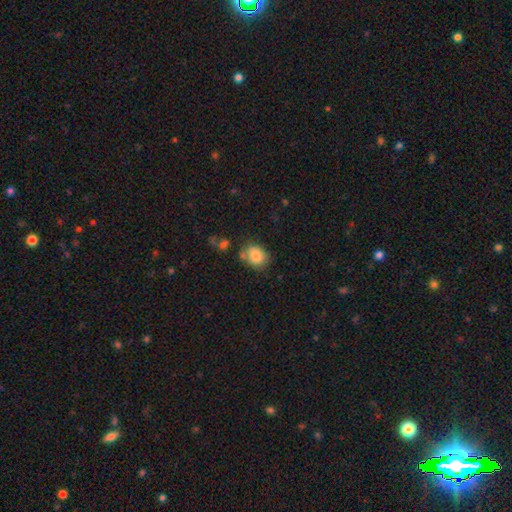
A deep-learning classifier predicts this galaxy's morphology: This is clearly a smooth galaxy (82%). How rounded: possibly in between (50%). Merging: likely none (66%).